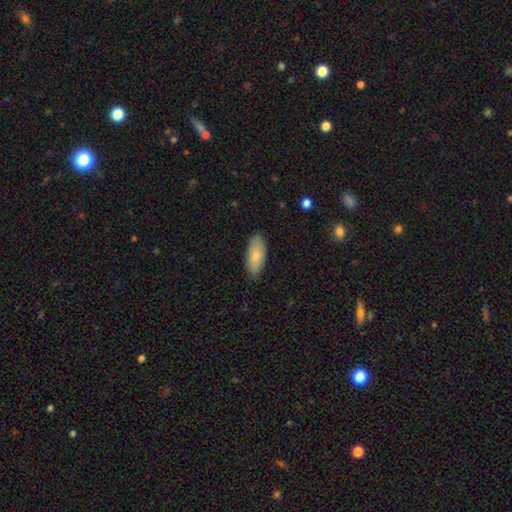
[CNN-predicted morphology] Q: Smooth or featured?
A: smooth (79%); runner-up: featured or disk (15%)
Q: How rounded?
A: in between (86%); runner-up: cigar-shaped (12%)
Q: Merging?
A: none (85%); runner-up: minor disturbance (12%)